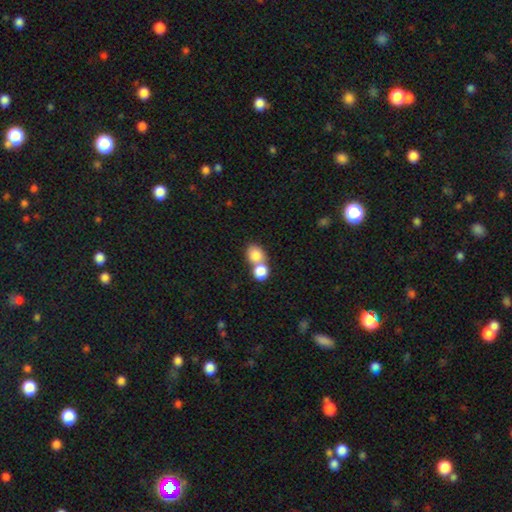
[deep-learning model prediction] A smooth galaxy with no disk features (82%) that is round (58%).

Vote fractions:
- Smooth or featured? smooth: 82% / featured or disk: 10% / star or artifact: 8%
- How rounded? round: 58% / in between: 41% / cigar-shaped: 1%
- Merging? merger: 61% / none: 30% / minor disturbance: 6% / major disturbance: 3%